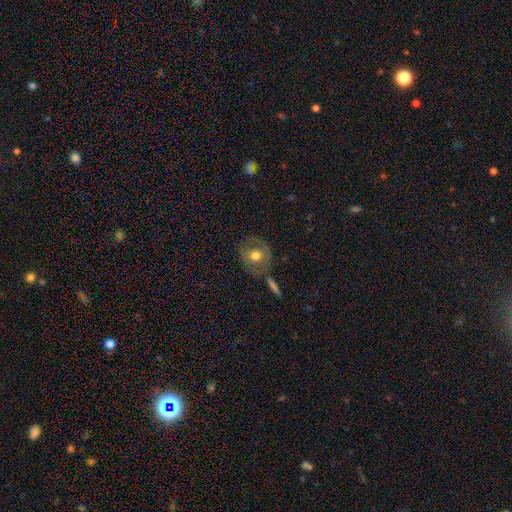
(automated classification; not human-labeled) Smooth or featured?
  - smooth: 53% *
  - featured or disk: 40%
  - star or artifact: 8%
How rounded?
  - round: 77% *
  - in between: 21%
  - cigar-shaped: 1%
Merging?
  - none: 70% *
  - minor disturbance: 16%
  - major disturbance: 7%
  - merger: 7%